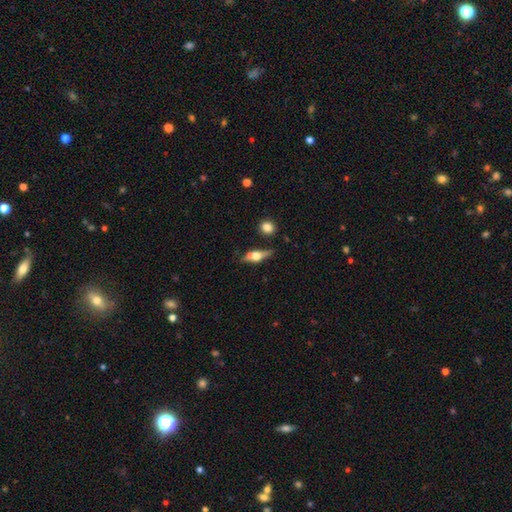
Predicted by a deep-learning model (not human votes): smooth_or_featured: featured or disk (p=0.53) [alt: smooth p=0.39]
disk_edge_on: yes (p=0.89) [alt: no p=0.11]
merging: none (p=0.69) [alt: minor disturbance p=0.16]